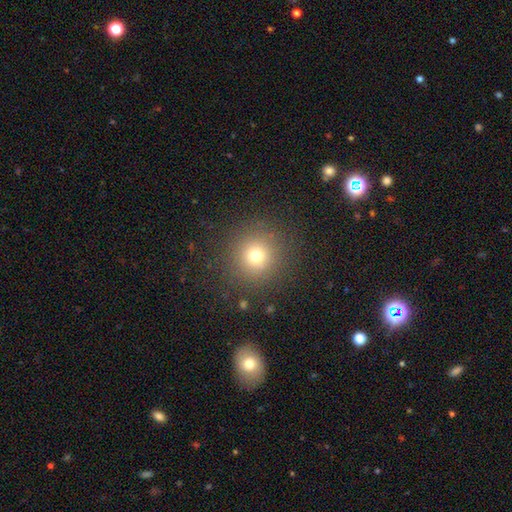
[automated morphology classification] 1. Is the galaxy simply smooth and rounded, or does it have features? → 72% smooth, 18% star or artifact, 10% featured or disk.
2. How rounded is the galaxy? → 94% round, 5% in between, 1% cigar-shaped.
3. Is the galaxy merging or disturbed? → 87% none, 7% minor disturbance, 4% major disturbance, 1% merger.